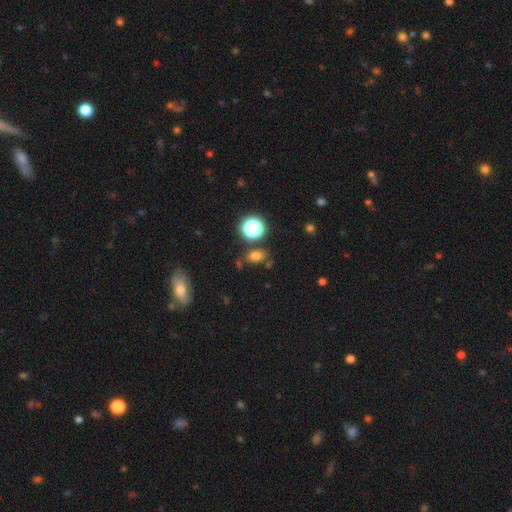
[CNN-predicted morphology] This is likely a smooth galaxy (72%). How rounded: likely in between (73%). Merging: likely none (76%).